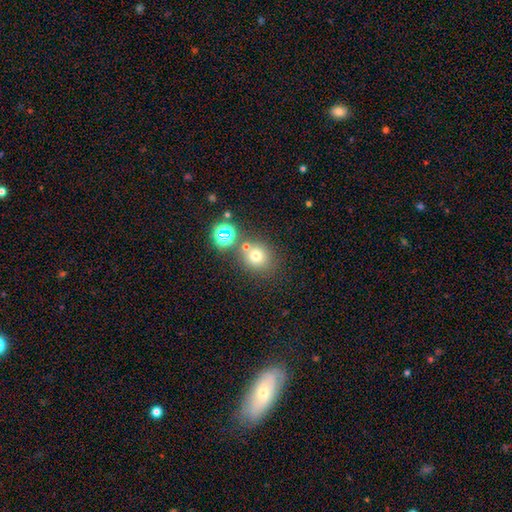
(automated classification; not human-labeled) smooth 70%, star or artifact 20%, featured or disk 10%. Down the decision tree: how rounded — round (81%); merging — none (65%).